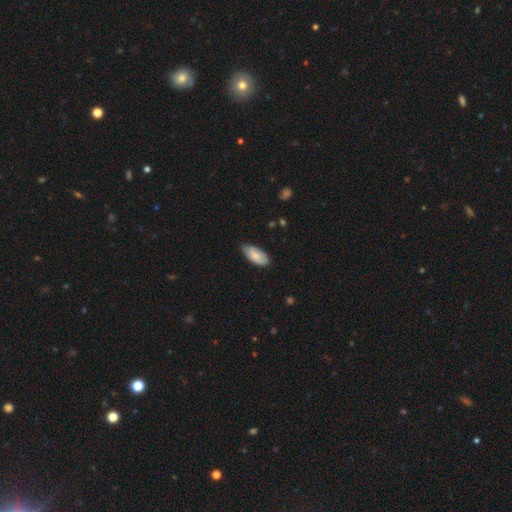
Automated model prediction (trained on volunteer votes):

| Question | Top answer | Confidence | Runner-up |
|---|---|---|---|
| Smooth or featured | smooth | 79% | featured or disk (15%) |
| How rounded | in between | 91% | cigar-shaped (7%) |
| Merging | none | 64% | minor disturbance (31%) |